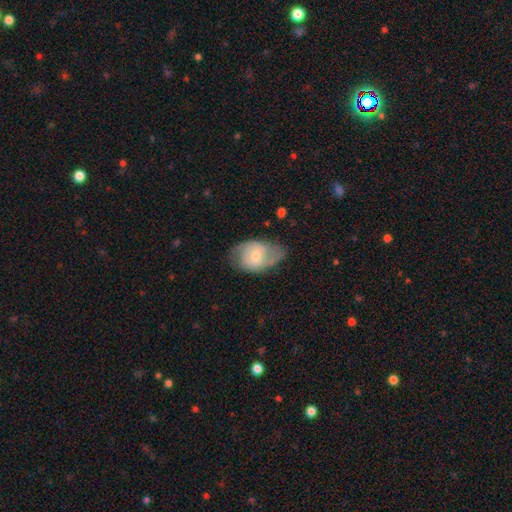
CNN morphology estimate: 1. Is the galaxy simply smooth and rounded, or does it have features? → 59% featured or disk, 34% smooth, 6% star or artifact.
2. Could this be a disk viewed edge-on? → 95% no, 5% yes.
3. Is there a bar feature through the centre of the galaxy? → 46% weak, 42% no, 13% strong.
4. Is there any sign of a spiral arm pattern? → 78% yes, 22% no.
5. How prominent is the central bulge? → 49% small, 45% moderate, 3% large, 2% none, 1% dominant.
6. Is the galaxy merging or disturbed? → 58% none, 27% minor disturbance, 13% major disturbance, 2% merger.